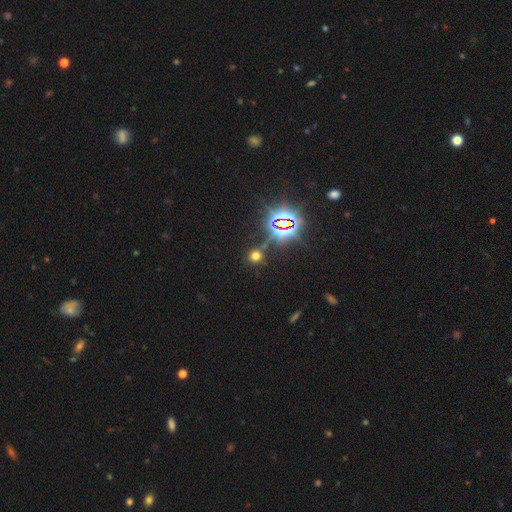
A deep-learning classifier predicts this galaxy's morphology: Overall: smooth (52%; star or artifact 41%). How rounded: round (87%). Merging: none (78%).